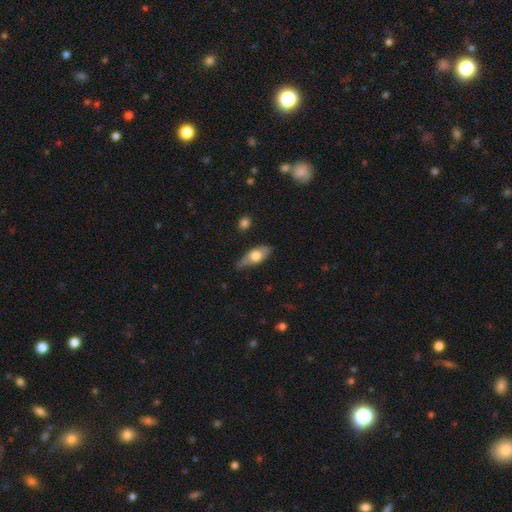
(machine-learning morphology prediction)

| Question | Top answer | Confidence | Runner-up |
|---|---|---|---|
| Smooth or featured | smooth | 56% | featured or disk (38%) |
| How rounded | in between | 78% | cigar-shaped (17%) |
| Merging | none | 67% | minor disturbance (27%) |